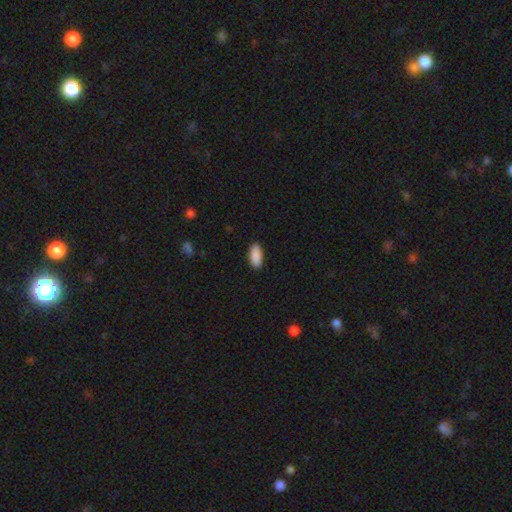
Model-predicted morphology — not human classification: Smooth or featured: smooth — 91% (star or artifact — 6%)
How rounded: in between — 85% (cigar-shaped — 13%)
Merging: none — 90% (minor disturbance — 7%)